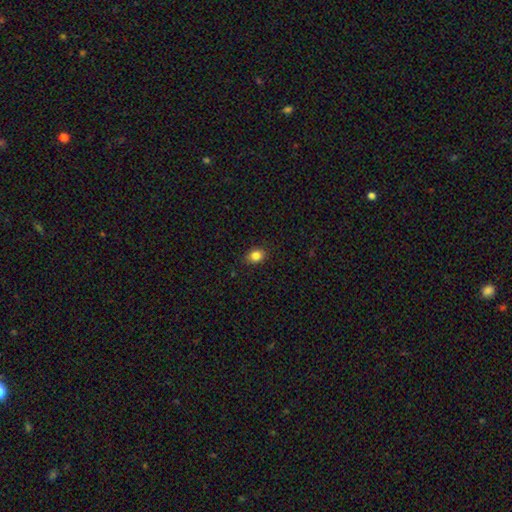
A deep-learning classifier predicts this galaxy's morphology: type=smooth (84%); roundness=in between (56%); merging=none (87%).